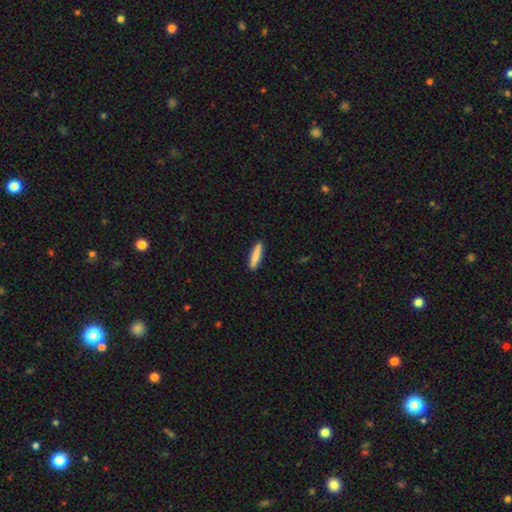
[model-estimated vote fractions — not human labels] Q: Smooth or featured?
A: smooth (83%); runner-up: featured or disk (11%)
Q: How rounded?
A: cigar-shaped (84%); runner-up: in between (15%)
Q: Merging?
A: none (90%); runner-up: minor disturbance (7%)